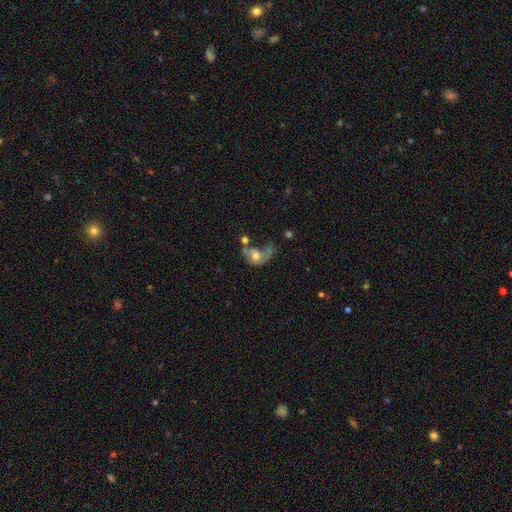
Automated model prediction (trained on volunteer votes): Smooth or featured?
  - featured or disk: 50% *
  - smooth: 42%
  - star or artifact: 9%
Merging?
  - major disturbance: 44% *
  - merger: 23%
  - none: 19%
  - minor disturbance: 14%